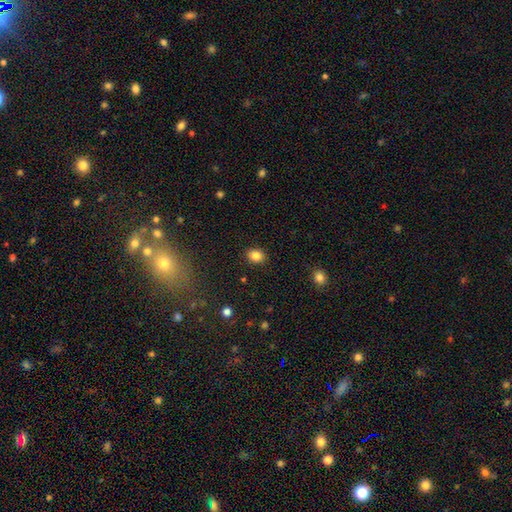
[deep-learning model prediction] This appears to be a smooth galaxy with no disk features (84%) that is round (54%). Merging: none (89%).